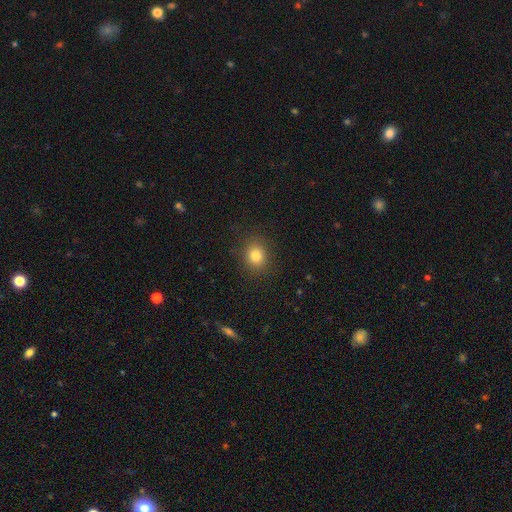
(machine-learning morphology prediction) The model was most divided on "how rounded": round: 73%, in between: 26%, cigar-shaped: 1%. More confident: merging — none (89%); smooth or featured — smooth (81%).